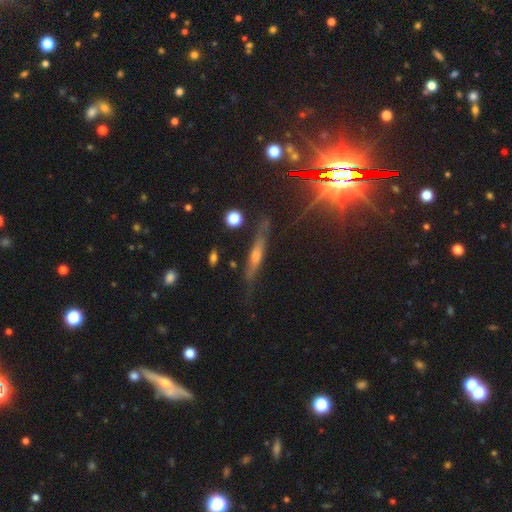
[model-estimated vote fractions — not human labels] The model was most divided on "smooth or featured": featured or disk: 56%, smooth: 27%, star or artifact: 17%. More confident: edge-on disk — yes (91%); merging — none (77%); edge-on bulge — rounded (56%).